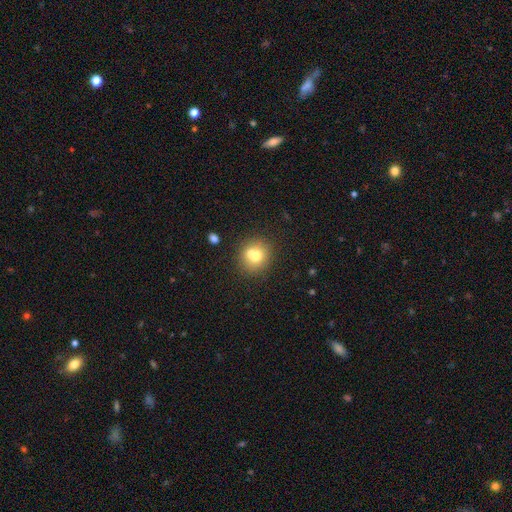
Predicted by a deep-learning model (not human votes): Morphology: type=smooth (69%); roundness=round (86%); merging=none (60%).